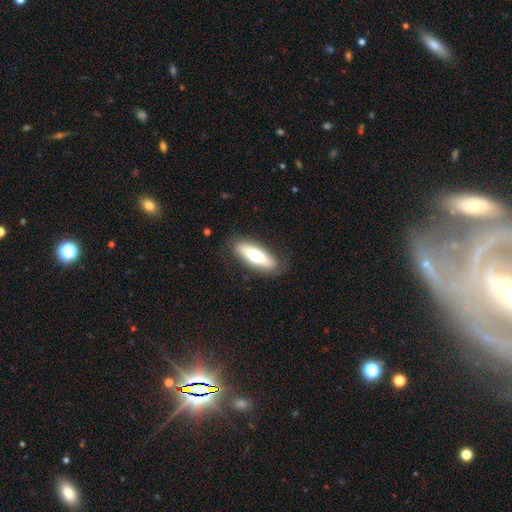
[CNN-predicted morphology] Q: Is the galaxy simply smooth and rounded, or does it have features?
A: smooth — 57%.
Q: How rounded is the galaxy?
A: cigar-shaped — 50%.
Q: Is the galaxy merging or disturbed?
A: none — 84%.